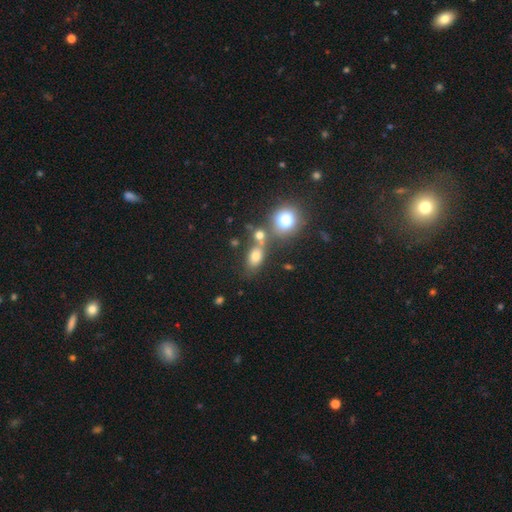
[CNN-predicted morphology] Smooth or featured? smooth (63%)
How rounded? in between (67%)
Merging? none (52%)